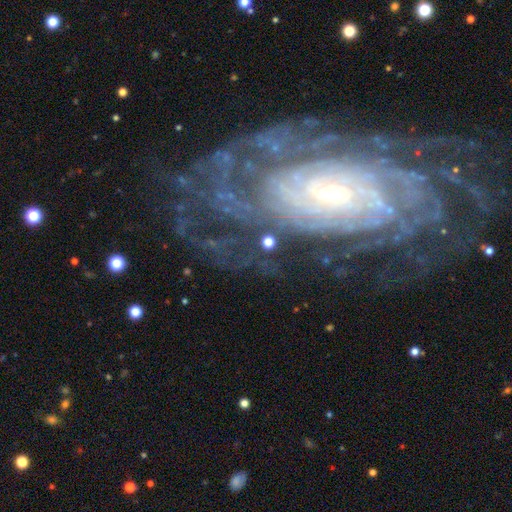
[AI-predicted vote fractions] This appears to be a featured or disk galaxy (88%) with no bar (49%), tight (81%) spiral arms (97%) and a small central bulge (68%). Merging: none (76%).